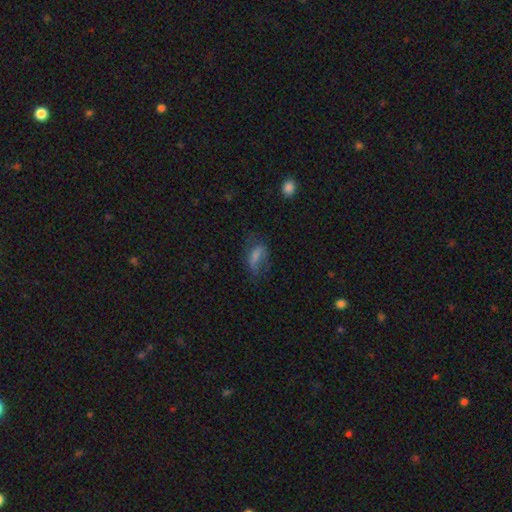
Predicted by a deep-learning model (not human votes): This is likely a smooth galaxy (61%). How rounded: likely in between (77%). Merging: possibly none (46%).